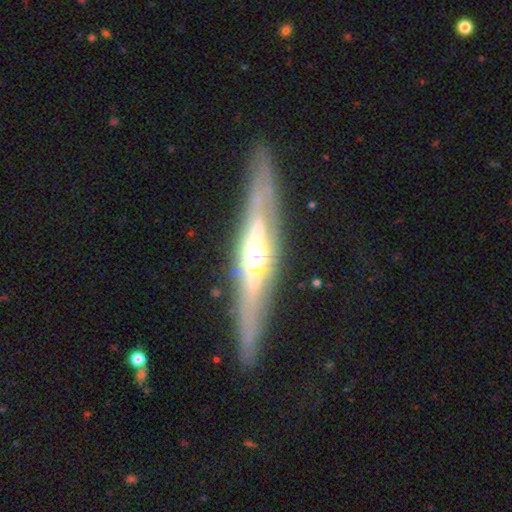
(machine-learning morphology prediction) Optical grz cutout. It shows a featured or disk galaxy (81%) viewed edge-on (88%) with a rounded central bulge (87%). Merging: none (87%).